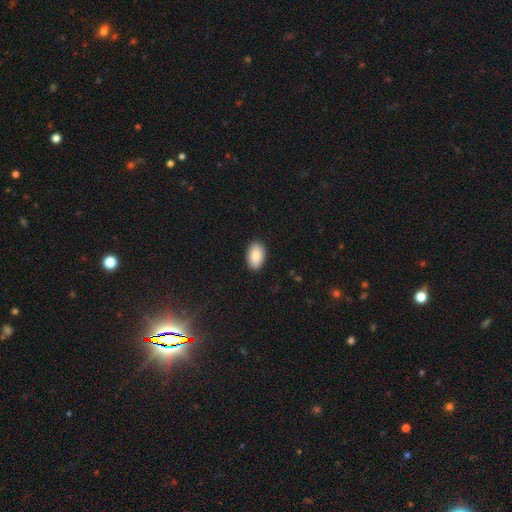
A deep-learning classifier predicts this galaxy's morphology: The model was most divided on "smooth or featured": smooth: 87%, star or artifact: 7%, featured or disk: 6%. More confident: how rounded — in between (93%); merging — none (90%).